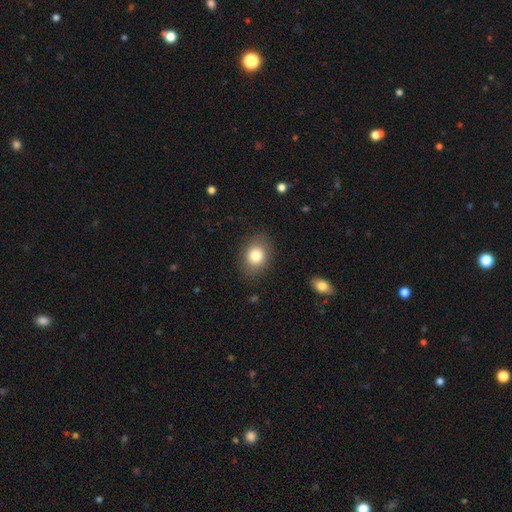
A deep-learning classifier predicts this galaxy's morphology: Q: Smooth or featured?
A: smooth (81%); runner-up: star or artifact (10%)
Q: How rounded?
A: in between (52%); runner-up: round (47%)
Q: Merging?
A: none (85%); runner-up: minor disturbance (10%)